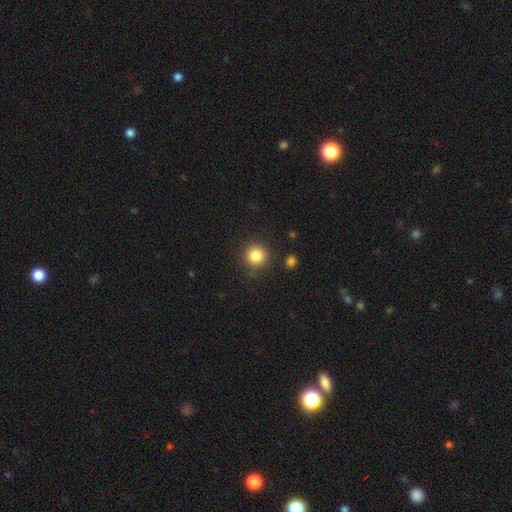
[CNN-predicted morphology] This is clearly a smooth galaxy (84%). How rounded: clearly round (93%). Merging: clearly none (87%).